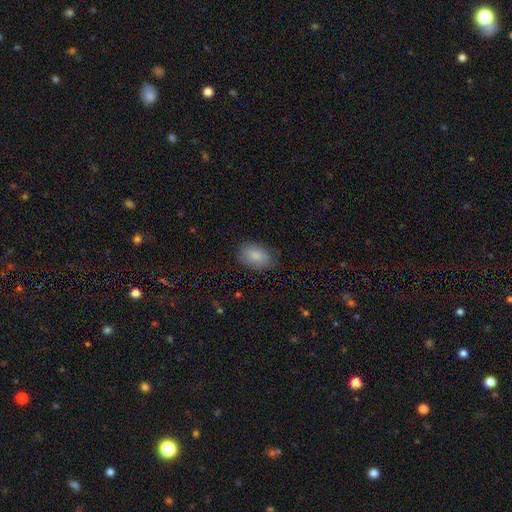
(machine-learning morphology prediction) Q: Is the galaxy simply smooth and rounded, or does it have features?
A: smooth — 86%.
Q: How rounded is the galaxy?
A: in between — 88%.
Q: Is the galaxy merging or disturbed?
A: none — 79%.